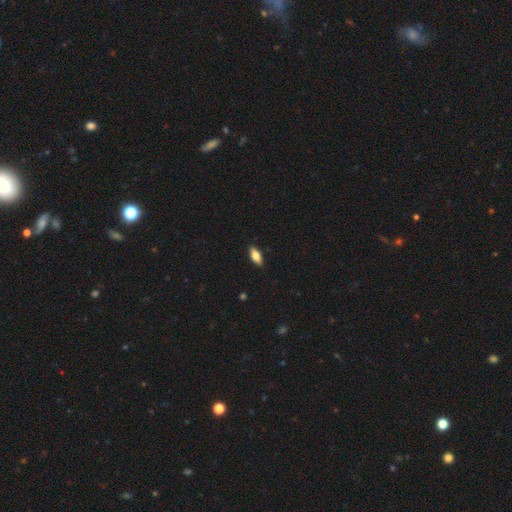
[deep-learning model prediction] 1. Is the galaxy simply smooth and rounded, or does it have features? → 76% smooth, 18% featured or disk, 7% star or artifact.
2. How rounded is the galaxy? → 85% in between, 12% cigar-shaped, 3% round.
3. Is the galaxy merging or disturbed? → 89% none, 8% minor disturbance, 2% major disturbance, 1% merger.